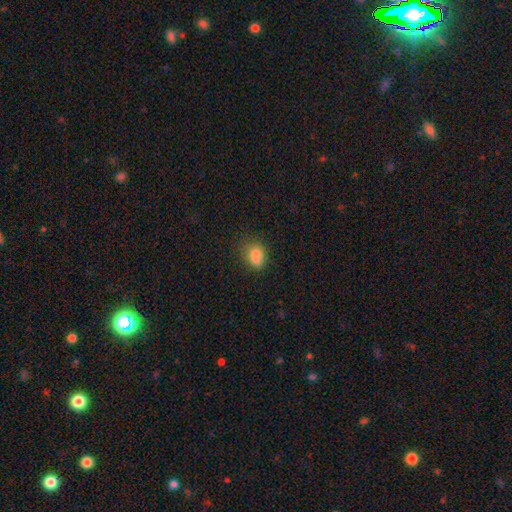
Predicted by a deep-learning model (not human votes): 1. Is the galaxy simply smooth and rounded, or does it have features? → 75% smooth, 13% featured or disk, 11% star or artifact.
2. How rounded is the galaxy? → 58% in between, 41% round, 2% cigar-shaped.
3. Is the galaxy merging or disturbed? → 41% none, 34% merger, 18% minor disturbance, 7% major disturbance.